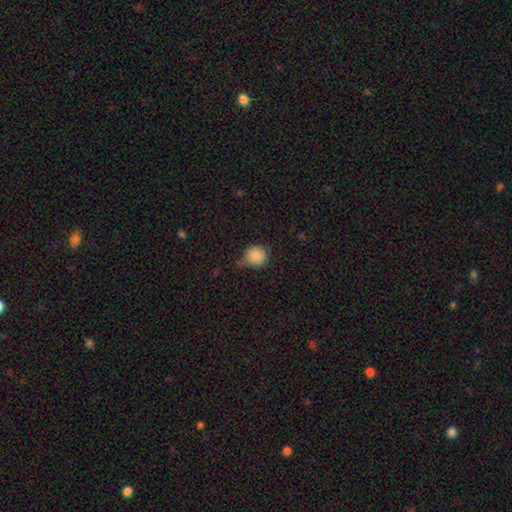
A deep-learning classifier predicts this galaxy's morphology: Smooth or featured: smooth — 86% (star or artifact — 9%)
How rounded: round — 93% (in between — 6%)
Merging: none — 62% (minor disturbance — 27%)